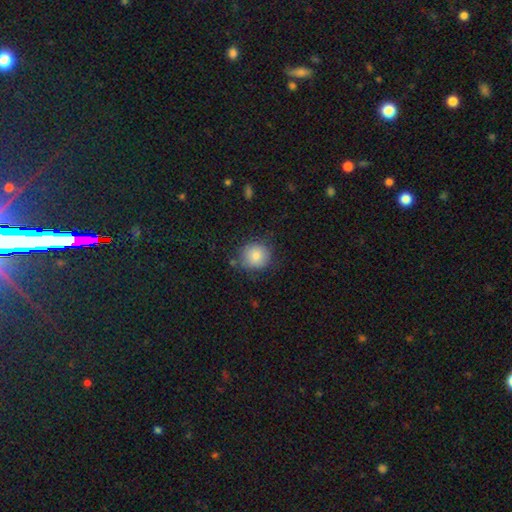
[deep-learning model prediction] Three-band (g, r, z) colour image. It shows a smooth galaxy with no disk features (82%) that is round (90%). Merging: none (77%).